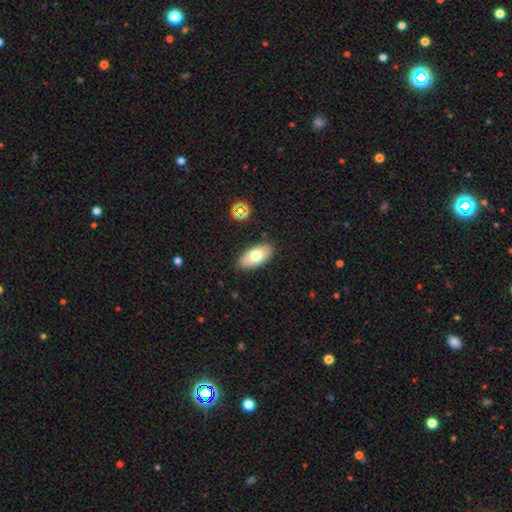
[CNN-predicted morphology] A smooth galaxy with no disk features (68%) that is in between round and cigar-shaped (93%).

Vote fractions:
- Smooth or featured? smooth: 68% / featured or disk: 24% / star or artifact: 7%
- How rounded? in between: 93% / cigar-shaped: 4% / round: 3%
- Merging? none: 87% / minor disturbance: 9% / major disturbance: 2% / merger: 1%